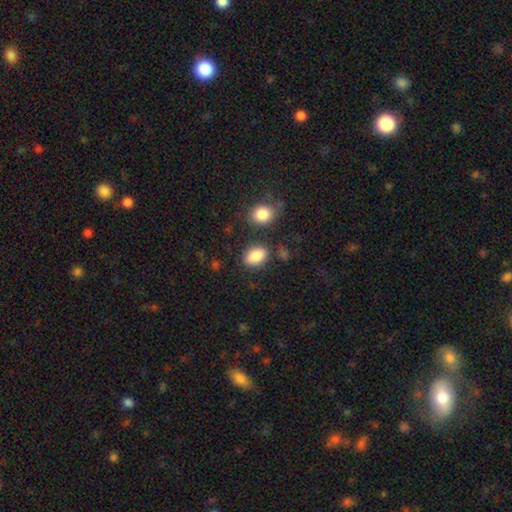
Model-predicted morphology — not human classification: The model was most divided on "merging": none: 77%, minor disturbance: 13%, merger: 6%, major disturbance: 4%. More confident: smooth or featured — smooth (87%); how rounded — in between (84%).